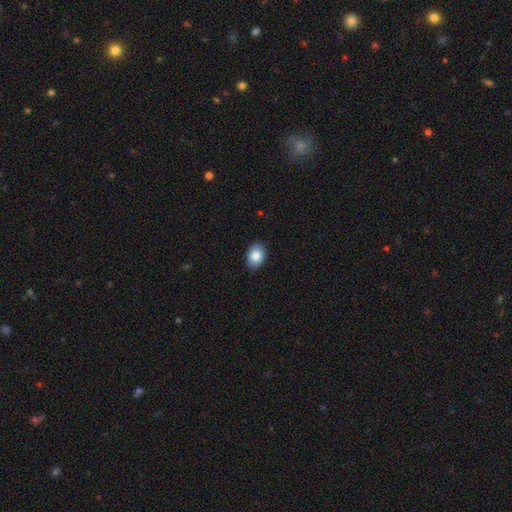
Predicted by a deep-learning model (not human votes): A smooth galaxy with no disk features (82%) that is in between round and cigar-shaped (79%).

Vote fractions:
- Smooth or featured? smooth: 82% / featured or disk: 10% / star or artifact: 8%
- How rounded? in between: 79% / round: 20% / cigar-shaped: 1%
- Merging? none: 89% / minor disturbance: 9% / major disturbance: 2% / merger: 1%